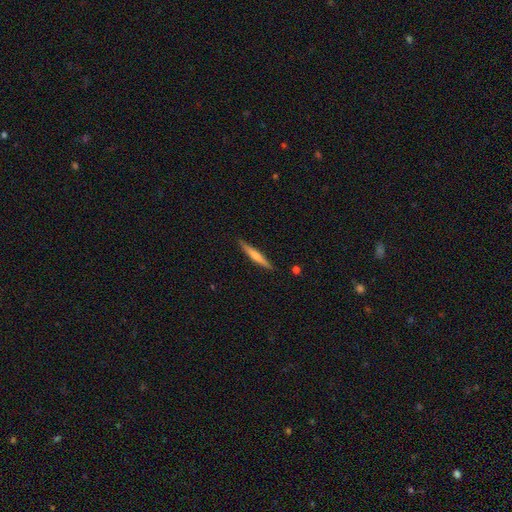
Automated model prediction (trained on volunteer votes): smooth_or_featured: smooth (p=0.57) [alt: featured or disk p=0.38]
how_rounded: cigar-shaped (p=0.94) [alt: in between p=0.04]
merging: none (p=0.88) [alt: minor disturbance p=0.09]